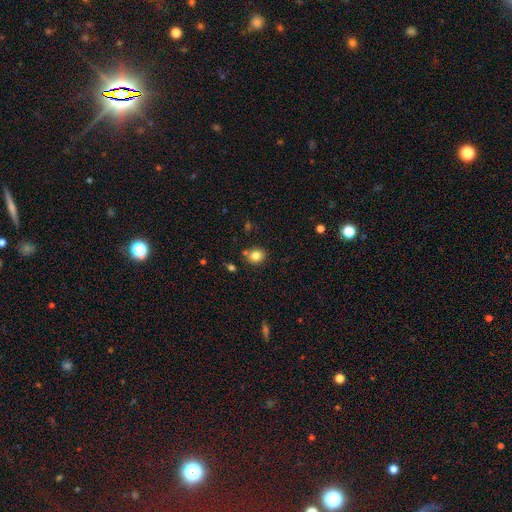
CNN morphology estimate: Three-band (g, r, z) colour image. It shows a smooth galaxy with no disk features (81%) that is round (72%). Merging: none (78%).